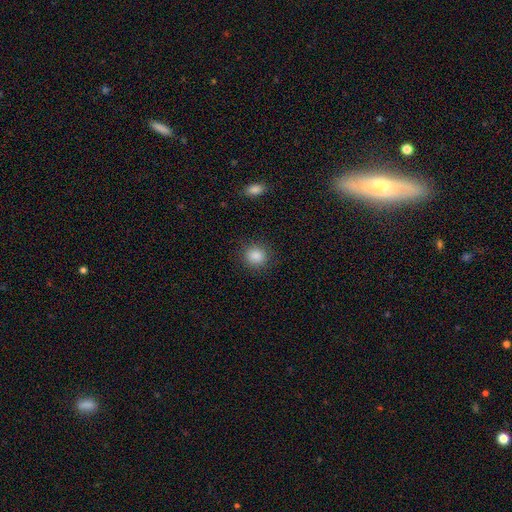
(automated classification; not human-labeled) The model was most divided on "how rounded": round: 83%, in between: 16%, cigar-shaped: 1%. More confident: merging — none (88%); smooth or featured — smooth (86%).